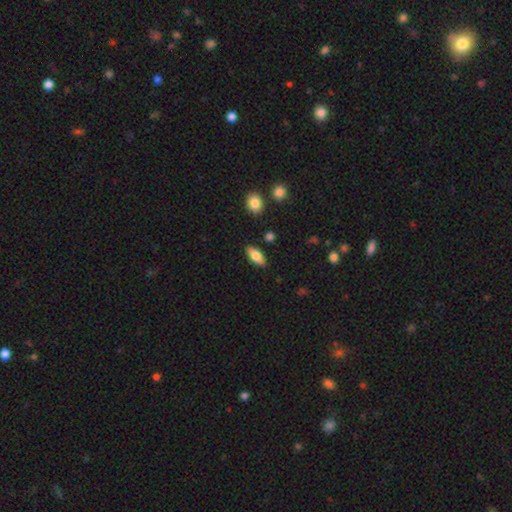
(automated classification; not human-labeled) Q: Smooth or featured?
A: smooth (77%); runner-up: featured or disk (16%)
Q: How rounded?
A: in between (84%); runner-up: cigar-shaped (14%)
Q: Merging?
A: none (86%); runner-up: minor disturbance (10%)